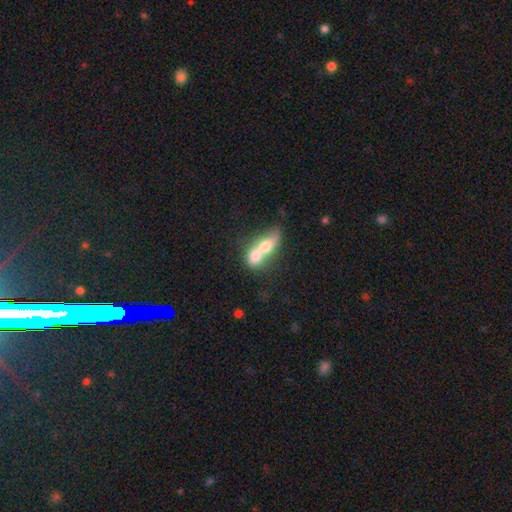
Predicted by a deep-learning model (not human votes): Q: Smooth or featured?
A: smooth (65%); runner-up: featured or disk (28%)
Q: How rounded?
A: in between (59%); runner-up: round (32%)
Q: Merging?
A: merger (81%); runner-up: none (11%)